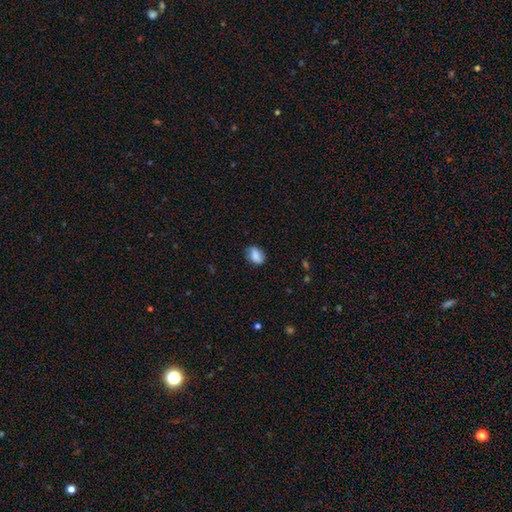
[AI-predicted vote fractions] smooth 78%, featured or disk 13%, star or artifact 8%. Down the decision tree: how rounded — in between (75%); merging — none (77%).